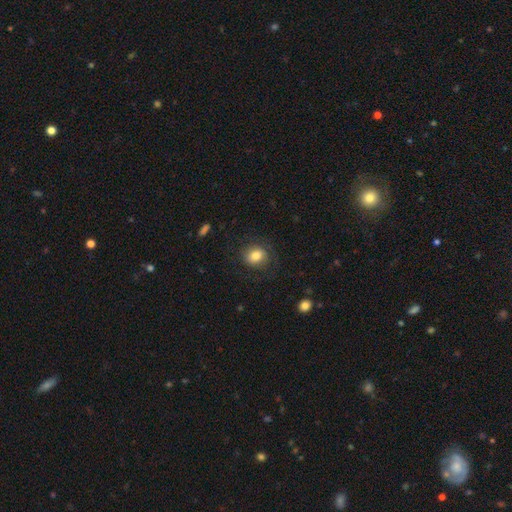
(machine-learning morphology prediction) smooth_or_featured: smooth (p=0.78) [alt: featured or disk p=0.12]
how_rounded: round (p=0.61) [alt: in between p=0.38]
merging: none (p=0.77) [alt: minor disturbance p=0.14]